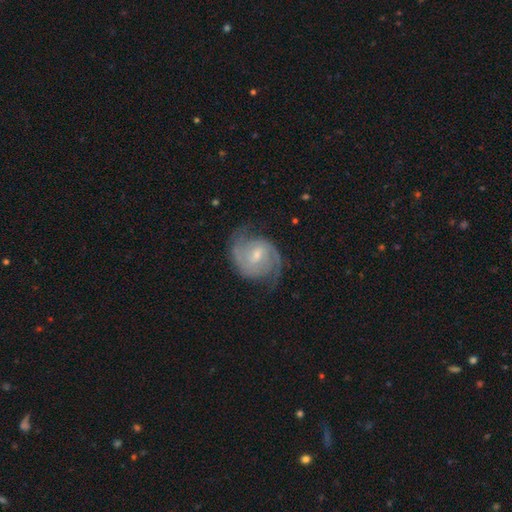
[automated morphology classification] featured or disk 88%, smooth 7%, star or artifact 5%. Down the decision tree: edge-on disk — no (98%); bar — weak (57%); spiral arms — yes (97%); spiral arm count — 2 (81%); spiral winding — medium (47%); bulge size — small (58%); merging — none (74%).